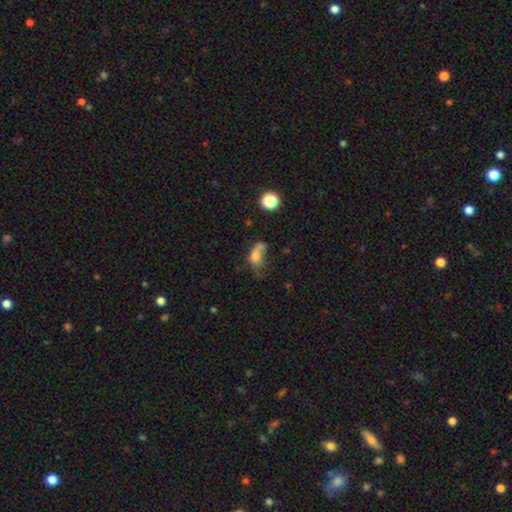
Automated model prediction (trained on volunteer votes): Smooth or featured: smooth — 61% (featured or disk — 25%)
How rounded: in between — 77% (round — 18%)
Merging: major disturbance — 42% (minor disturbance — 24%)